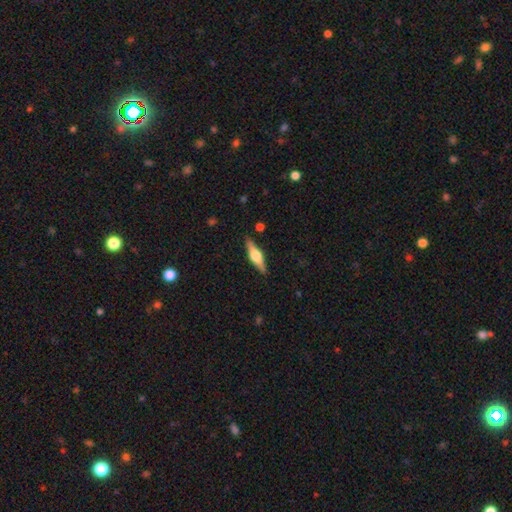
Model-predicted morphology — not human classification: Q: Smooth or featured?
A: featured or disk (66%); runner-up: smooth (28%)
Q: Edge-on disk?
A: yes (97%); runner-up: no (3%)
Q: Edge-on bulge?
A: rounded (92%); runner-up: boxy (6%)
Q: Merging?
A: none (89%); runner-up: minor disturbance (8%)